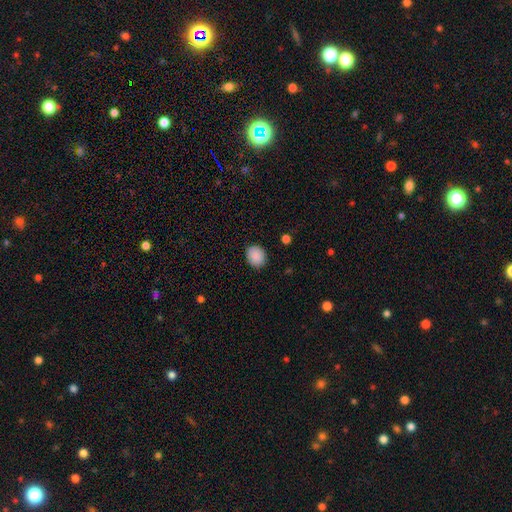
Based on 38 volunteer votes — A smooth galaxy with no disk features (95%) that is round (64%). Merging: none (86%).